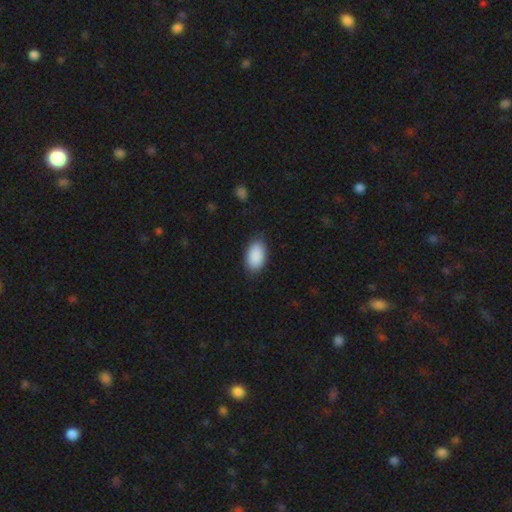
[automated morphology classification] Smooth or featured?
  - smooth: 91% *
  - star or artifact: 6%
  - featured or disk: 3%
How rounded?
  - in between: 94% *
  - round: 5%
  - cigar-shaped: 1%
Merging?
  - none: 85% *
  - minor disturbance: 11%
  - major disturbance: 3%
  - merger: 1%